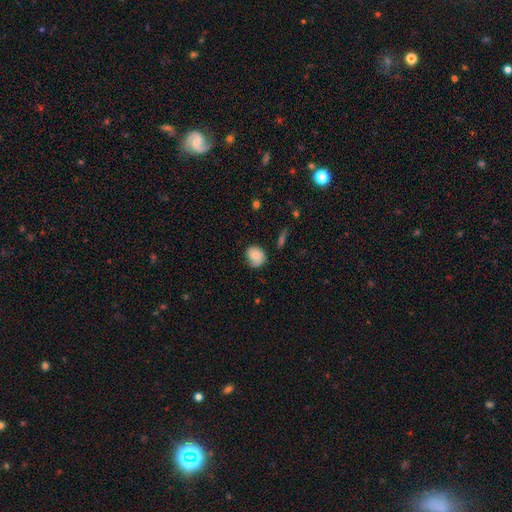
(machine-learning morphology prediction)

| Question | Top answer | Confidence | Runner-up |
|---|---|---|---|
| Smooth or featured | smooth | 69% | featured or disk (23%) |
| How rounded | round | 62% | in between (37%) |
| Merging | none | 60% | minor disturbance (30%) |